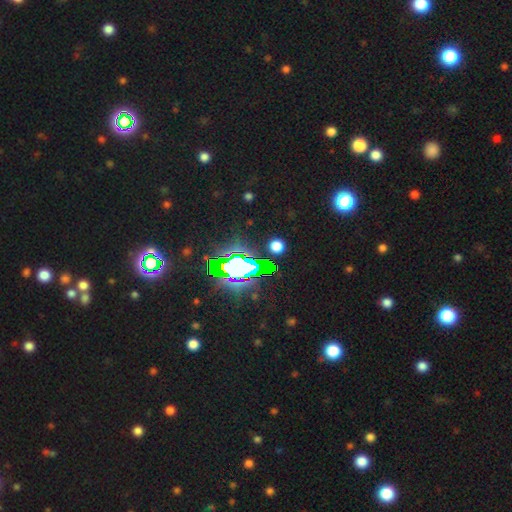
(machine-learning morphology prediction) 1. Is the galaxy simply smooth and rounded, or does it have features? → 82% star or artifact, 10% smooth, 8% featured or disk.